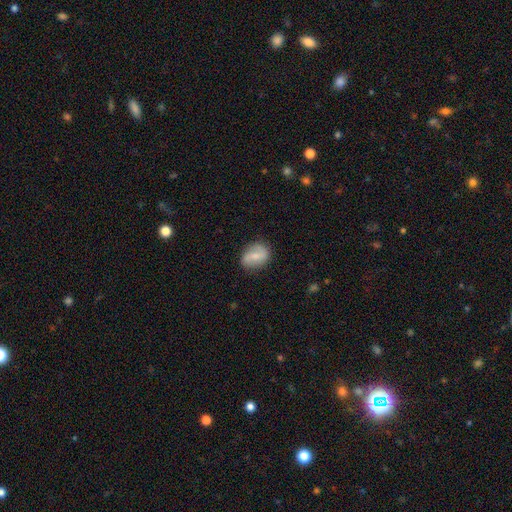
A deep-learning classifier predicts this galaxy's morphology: smooth_or_featured: smooth (p=0.55) [alt: featured or disk p=0.38]
how_rounded: in between (p=0.62) [alt: round p=0.36]
merging: none (p=0.75) [alt: minor disturbance p=0.18]